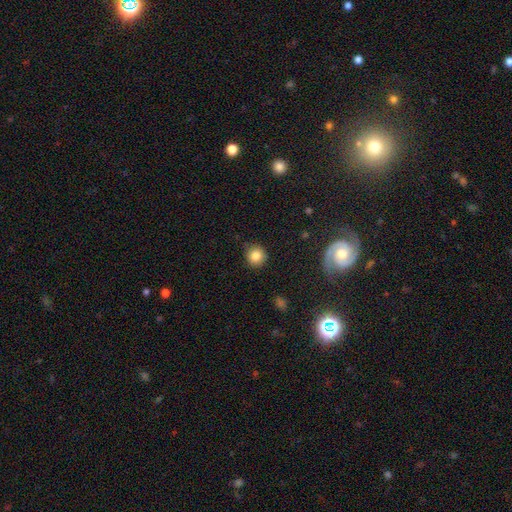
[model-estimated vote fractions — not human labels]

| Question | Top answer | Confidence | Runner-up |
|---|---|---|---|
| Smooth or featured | smooth | 83% | star or artifact (10%) |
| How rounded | round | 89% | in between (10%) |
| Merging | none | 84% | minor disturbance (12%) |